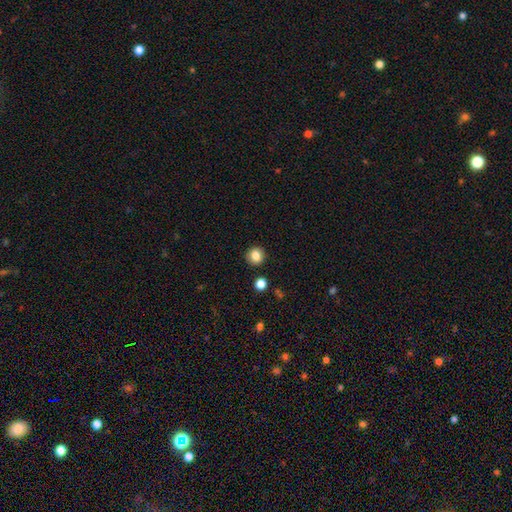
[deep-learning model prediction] smooth-or-featured: smooth: 84% | star or artifact: 10% | featured or disk: 5%
  how-rounded: round: 91% | in between: 8% | cigar-shaped: 1%
  merging: none: 90% | minor disturbance: 6% | merger: 2% | major disturbance: 2%